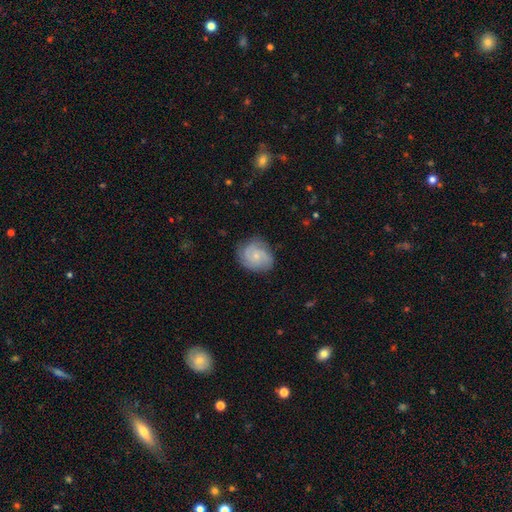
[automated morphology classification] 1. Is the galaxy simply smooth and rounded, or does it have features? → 71% featured or disk, 22% smooth, 6% star or artifact.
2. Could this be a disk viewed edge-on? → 98% no, 2% yes.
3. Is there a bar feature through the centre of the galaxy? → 73% no, 24% weak, 3% strong.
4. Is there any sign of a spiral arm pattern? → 94% yes, 6% no.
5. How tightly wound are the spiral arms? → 52% tight, 38% medium, 10% loose.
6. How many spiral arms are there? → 39% 3, 24% 2, 20% can't tell, 8% 4, 5% 1, 5% more than 4.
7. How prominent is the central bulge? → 73% small, 22% moderate, 3% none, 1% large, 1% dominant.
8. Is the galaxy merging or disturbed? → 76% none, 18% minor disturbance, 5% major disturbance, 1% merger.